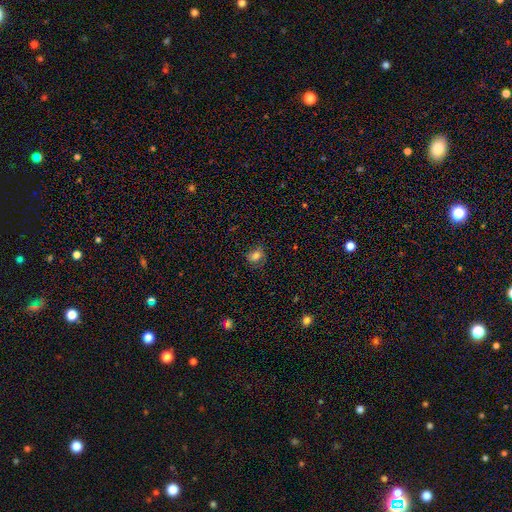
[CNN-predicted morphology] A smooth galaxy with no disk features (74%) that is in between round and cigar-shaped (56%).

Vote fractions:
- Smooth or featured? smooth: 74% / featured or disk: 15% / star or artifact: 11%
- How rounded? in between: 56% / round: 43% / cigar-shaped: 1%
- Merging? none: 66% / minor disturbance: 23% / major disturbance: 10% / merger: 1%